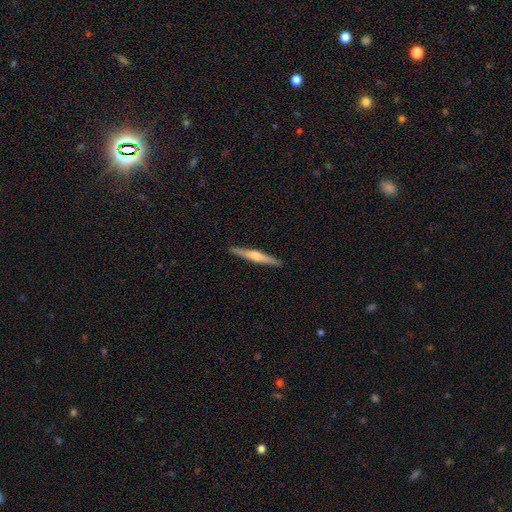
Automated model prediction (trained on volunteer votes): smooth-or-featured: featured or disk: 68% | smooth: 26% | star or artifact: 5%
  disk-edge-on: yes: 98% | no: 2%
    edge-on-bulge: rounded: 84% | boxy: 9% | none: 7%
  merging: none: 92% | minor disturbance: 6% | major disturbance: 1% | merger: 1%